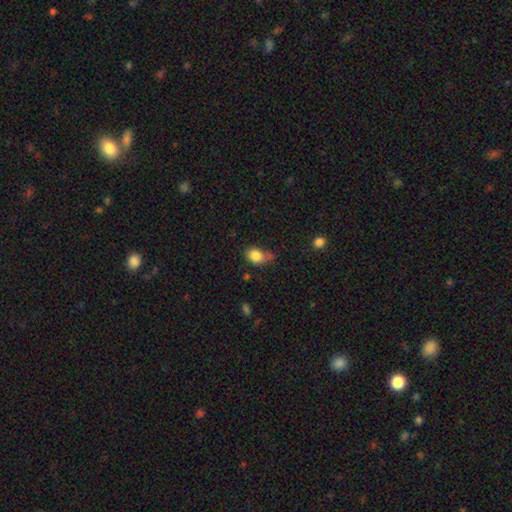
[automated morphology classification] A smooth galaxy with no disk features (84%) that is in between round and cigar-shaped (62%). Merging: none (44%).